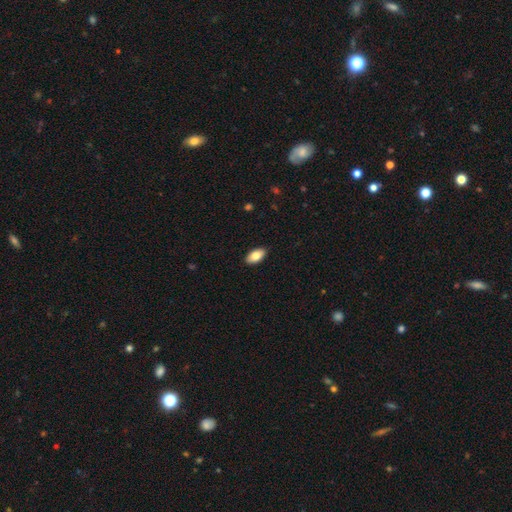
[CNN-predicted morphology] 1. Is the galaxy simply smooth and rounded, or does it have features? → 82% smooth, 12% featured or disk, 6% star or artifact.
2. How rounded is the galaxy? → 93% in between, 4% cigar-shaped, 3% round.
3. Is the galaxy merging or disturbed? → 90% none, 8% minor disturbance, 2% major disturbance, 1% merger.